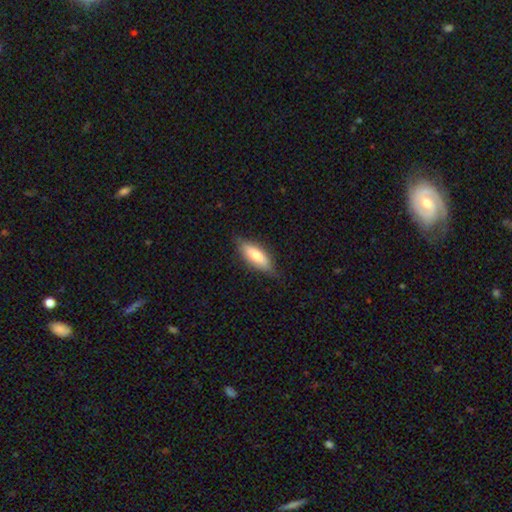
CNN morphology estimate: A smooth galaxy with no disk features (70%) that is in between round and cigar-shaped (64%).

Vote fractions:
- Smooth or featured? smooth: 70% / featured or disk: 24% / star or artifact: 6%
- How rounded? in between: 64% / cigar-shaped: 34% / round: 2%
- Merging? none: 78% / minor disturbance: 18% / major disturbance: 3% / merger: 1%